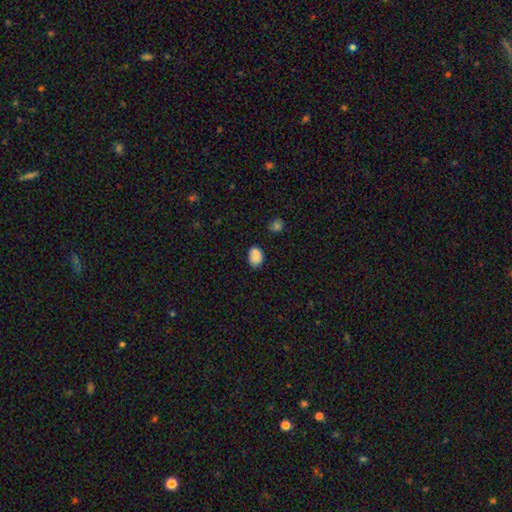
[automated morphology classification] The model was most divided on "how rounded": in between: 73%, round: 26%, cigar-shaped: 1%. More confident: smooth or featured — smooth (86%); merging — none (77%).